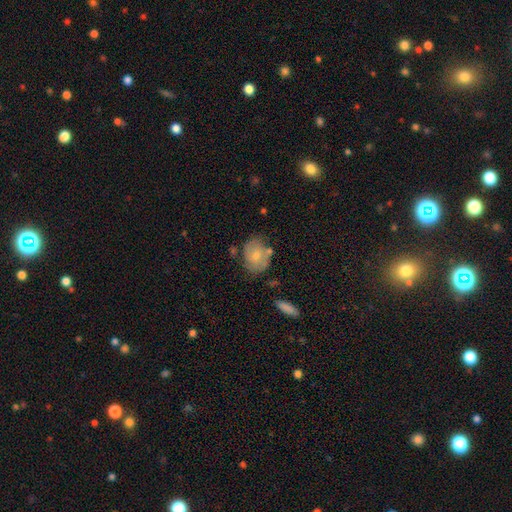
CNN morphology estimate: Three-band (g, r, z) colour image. It shows a smooth galaxy with no disk features (58%) that is in between round and cigar-shaped (50%). Merging: none (59%).